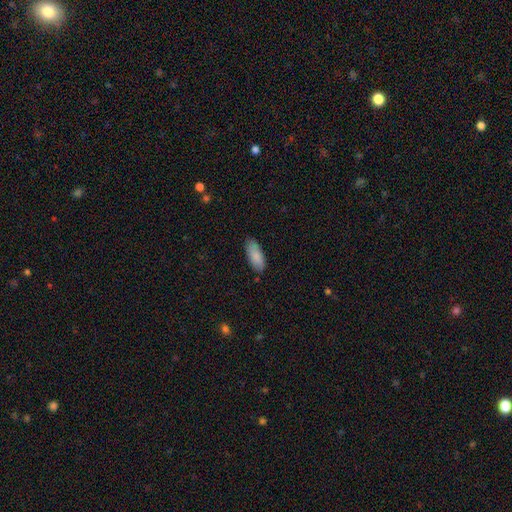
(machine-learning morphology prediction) A smooth galaxy with no disk features (87%) that is in between round and cigar-shaped (83%). Merging: none (82%).